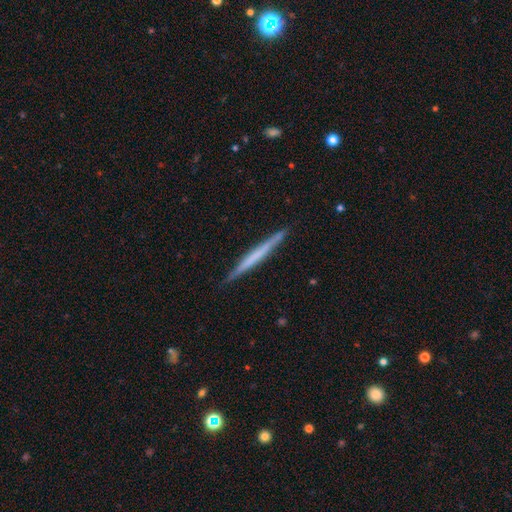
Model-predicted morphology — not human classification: The model was most divided on "smooth or featured": featured or disk: 51%, smooth: 44%, star or artifact: 5%. More confident: edge-on disk — yes (98%); merging — none (90%).